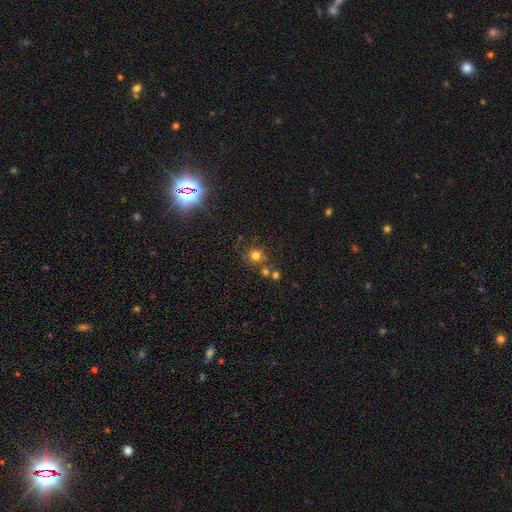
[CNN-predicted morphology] A smooth galaxy with no disk features (72%) that is round (90%).

Vote fractions:
- Smooth or featured? smooth: 72% / star or artifact: 19% / featured or disk: 9%
- How rounded? round: 90% / in between: 9% / cigar-shaped: 1%
- Merging? none: 71% / merger: 16% / minor disturbance: 9% / major disturbance: 4%